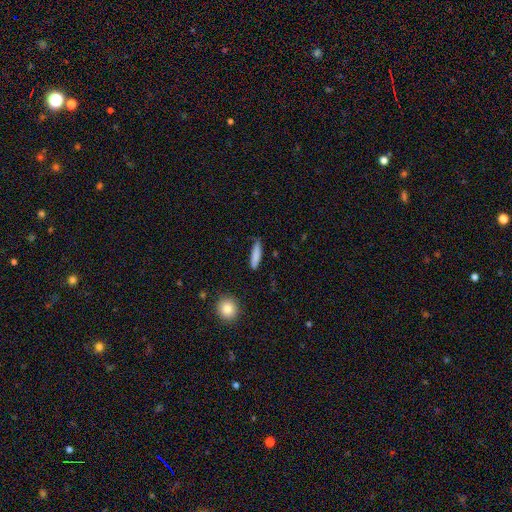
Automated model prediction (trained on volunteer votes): smooth 83%, featured or disk 10%, star or artifact 7%. Down the decision tree: how rounded — cigar-shaped (80%); merging — none (81%).